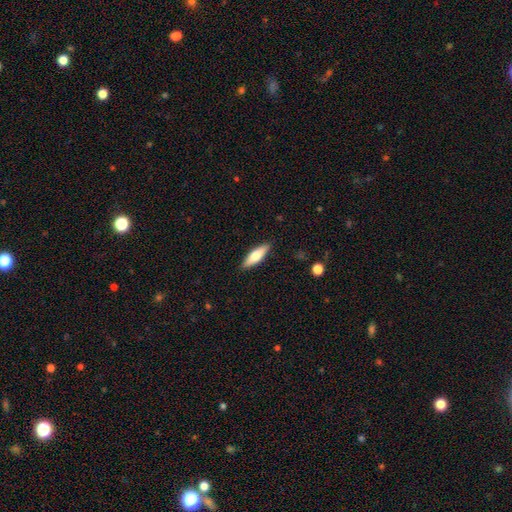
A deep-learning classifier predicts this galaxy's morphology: Overall: smooth (64%; featured or disk 31%). How rounded: cigar-shaped (53%; in between 45%). Merging: none (89%).